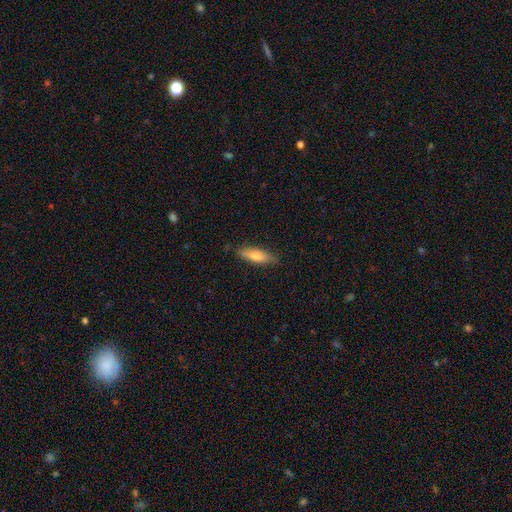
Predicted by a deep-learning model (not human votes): smooth 70%, featured or disk 25%, star or artifact 6%. Down the decision tree: how rounded — cigar-shaped (55%); merging — none (83%).